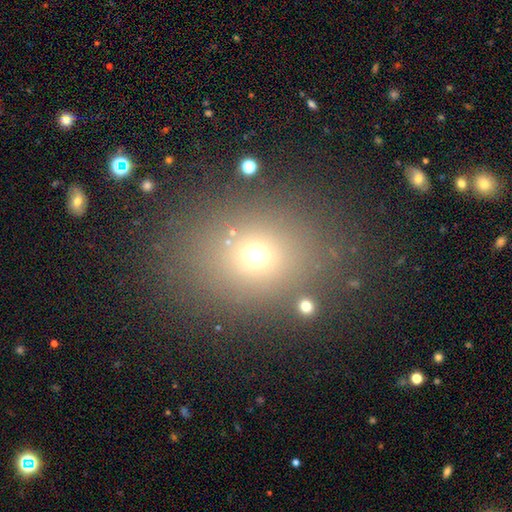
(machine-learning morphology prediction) Smooth or featured? smooth (66%)
How rounded? round (51%)
Merging? none (83%)